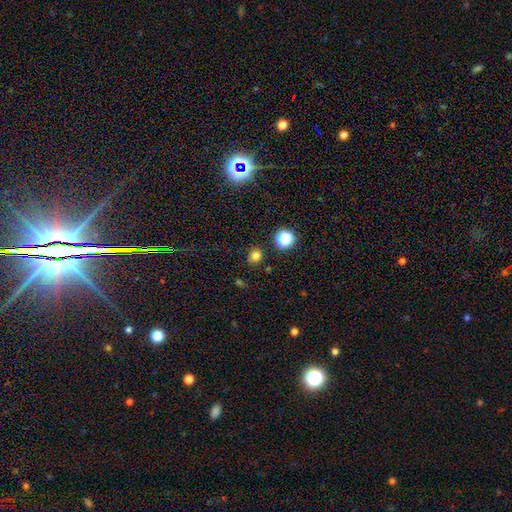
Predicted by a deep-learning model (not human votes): Smooth or featured? smooth (76%)
How rounded? round (83%)
Merging? none (82%)